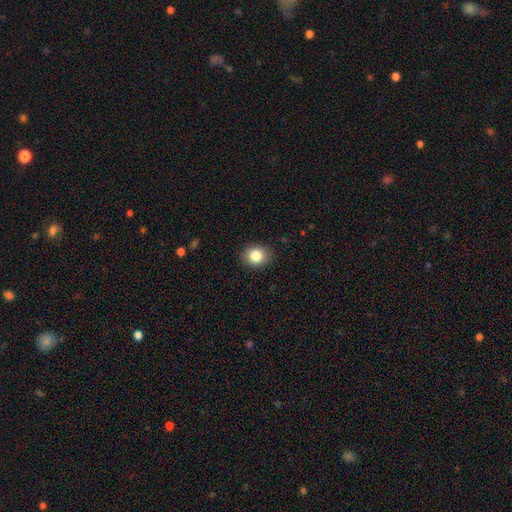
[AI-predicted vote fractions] Smooth or featured?
  - smooth: 84% *
  - star or artifact: 10%
  - featured or disk: 6%
How rounded?
  - round: 71% *
  - in between: 29%
  - cigar-shaped: 1%
Merging?
  - none: 89% *
  - minor disturbance: 8%
  - major disturbance: 2%
  - merger: 1%